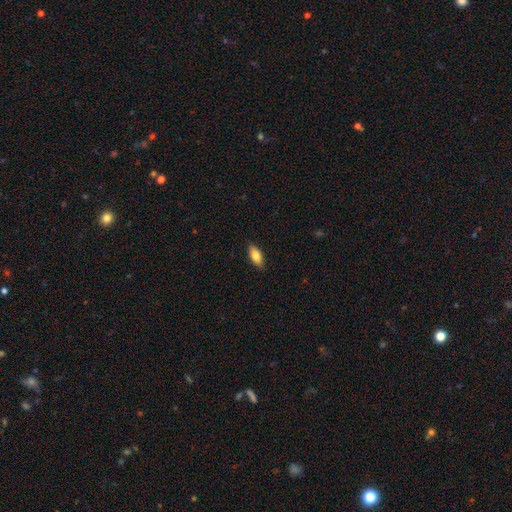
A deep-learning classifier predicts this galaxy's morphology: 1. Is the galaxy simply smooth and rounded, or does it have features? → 79% smooth, 15% featured or disk, 6% star or artifact.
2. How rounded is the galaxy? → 83% in between, 15% cigar-shaped, 3% round.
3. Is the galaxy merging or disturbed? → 89% none, 8% minor disturbance, 2% major disturbance, 1% merger.